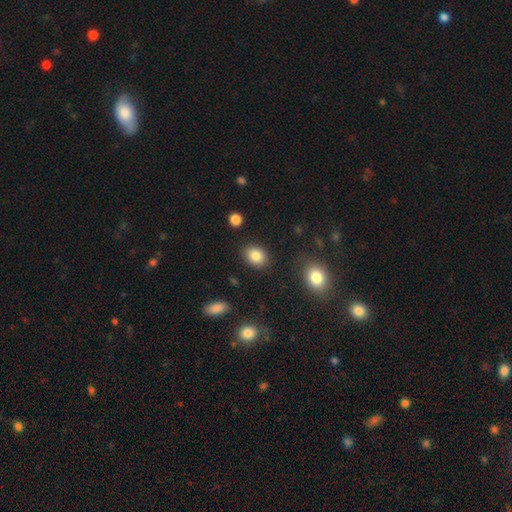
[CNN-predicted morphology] Q: Smooth or featured?
A: smooth (85%); runner-up: star or artifact (9%)
Q: How rounded?
A: in between (62%); runner-up: round (37%)
Q: Merging?
A: none (85%); runner-up: minor disturbance (10%)